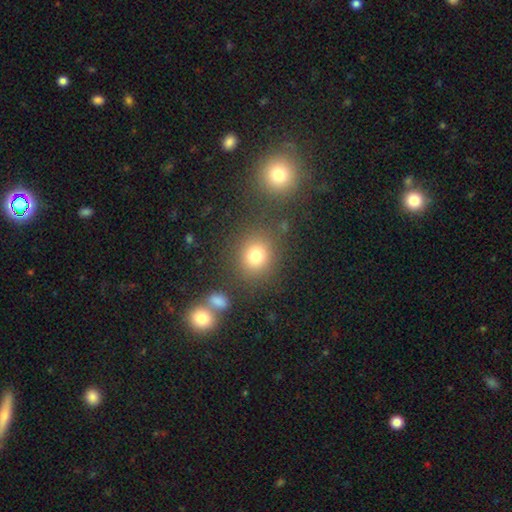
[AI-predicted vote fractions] smooth-or-featured: smooth: 77% | star or artifact: 15% | featured or disk: 8%
  how-rounded: round: 78% | in between: 21% | cigar-shaped: 1%
  merging: none: 79% | minor disturbance: 10% | merger: 6% | major disturbance: 5%